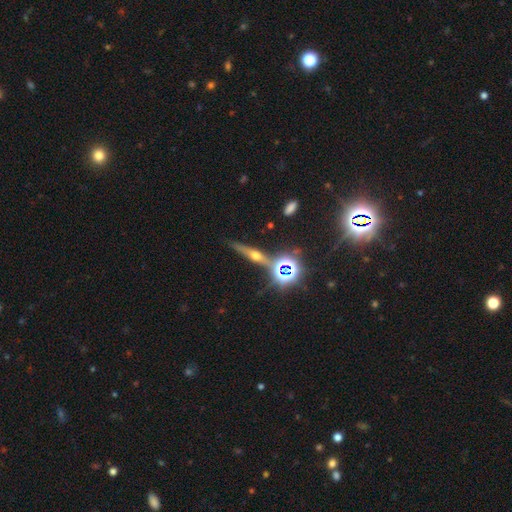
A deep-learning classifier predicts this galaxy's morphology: Smooth or featured? featured or disk (52%)
Edge-on disk? yes (91%)
Merging? none (79%)